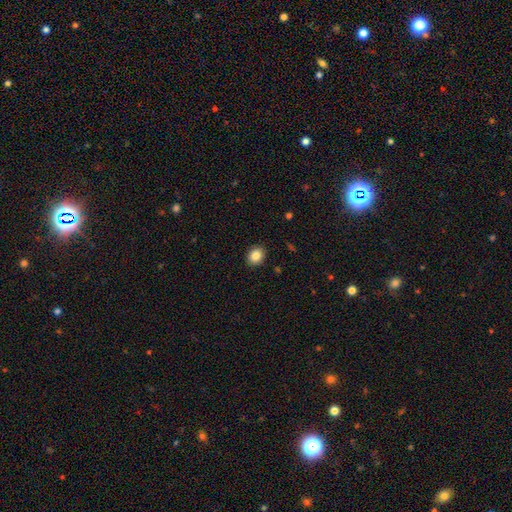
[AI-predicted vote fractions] A smooth galaxy with no disk features (86%) that is round (63%). Merging: none (90%).